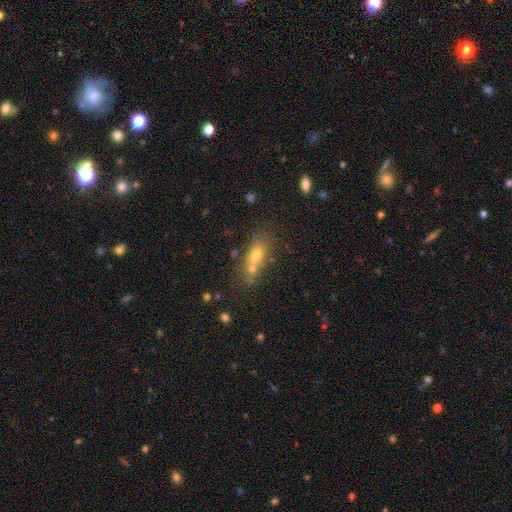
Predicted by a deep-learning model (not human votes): This appears to be a smooth galaxy with no disk features (63%) that is in between round and cigar-shaped (69%). Merging: none (46%).